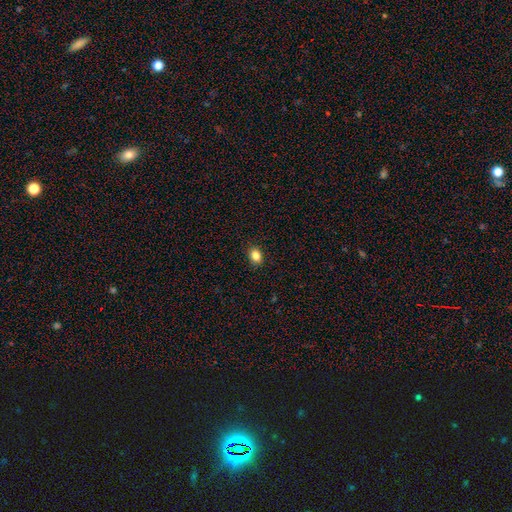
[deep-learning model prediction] Smooth or featured: smooth — 85% (star or artifact — 11%)
How rounded: in between — 66% (round — 33%)
Merging: none — 90% (minor disturbance — 7%)